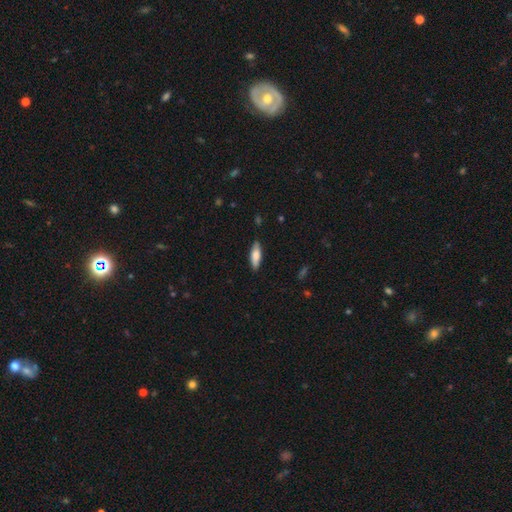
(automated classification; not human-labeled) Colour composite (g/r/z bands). It shows a smooth galaxy with no disk features (73%) that is in between round and cigar-shaped (57%). Merging: none (87%).